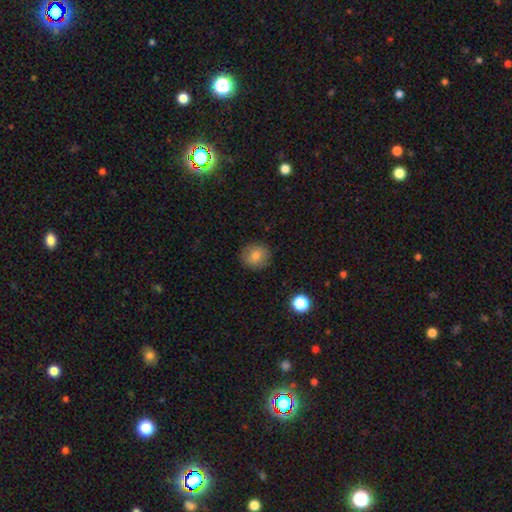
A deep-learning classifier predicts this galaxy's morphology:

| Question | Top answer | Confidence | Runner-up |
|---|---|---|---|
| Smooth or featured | smooth | 76% | featured or disk (13%) |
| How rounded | round | 84% | in between (15%) |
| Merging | none | 87% | minor disturbance (9%) |